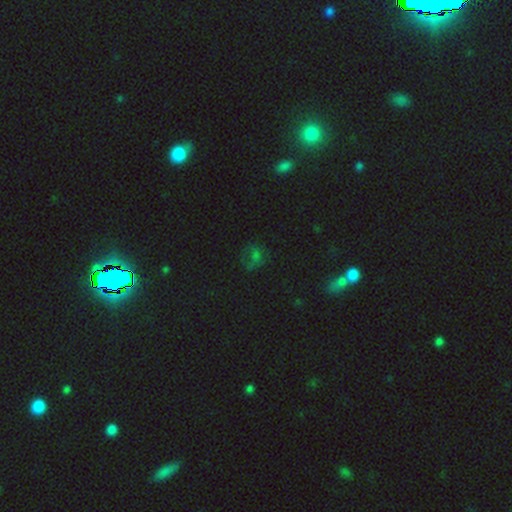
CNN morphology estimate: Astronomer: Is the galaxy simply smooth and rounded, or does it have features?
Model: star or artifact — 42% (runner-up: smooth, 38%).